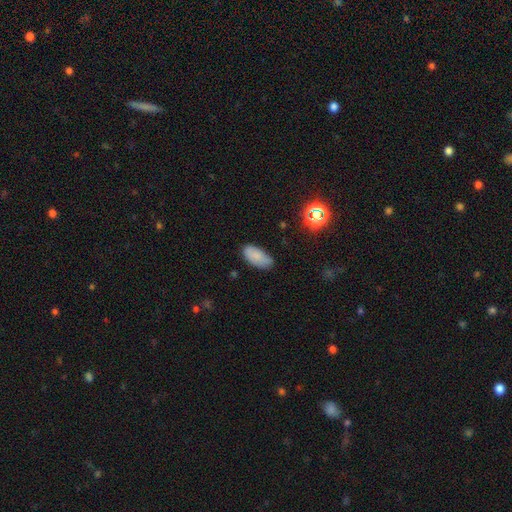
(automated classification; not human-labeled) Overall: smooth (85%). How rounded: in between (91%). Merging: none (71%).